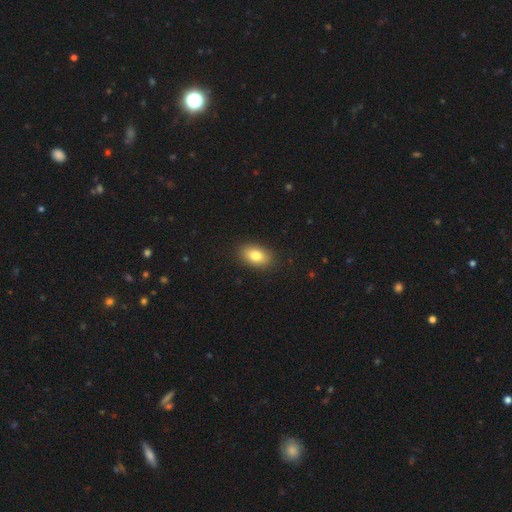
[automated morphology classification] This appears to be a smooth galaxy with no disk features (81%) that is in between round and cigar-shaped (88%). Merging: none (88%).